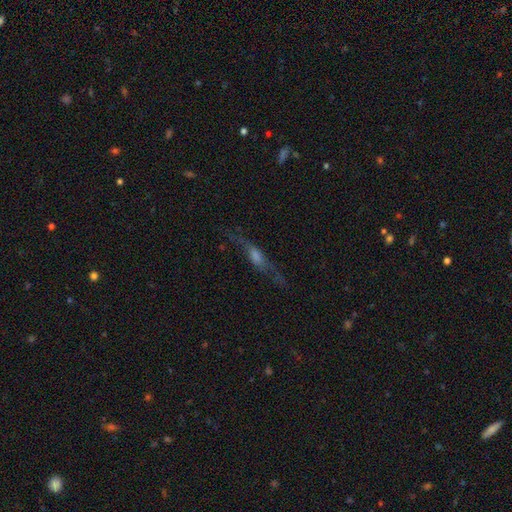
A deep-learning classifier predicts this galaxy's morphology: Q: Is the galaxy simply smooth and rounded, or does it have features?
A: featured or disk — 64%.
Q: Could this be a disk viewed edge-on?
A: yes — 76%.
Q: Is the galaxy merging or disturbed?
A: none — 66%.